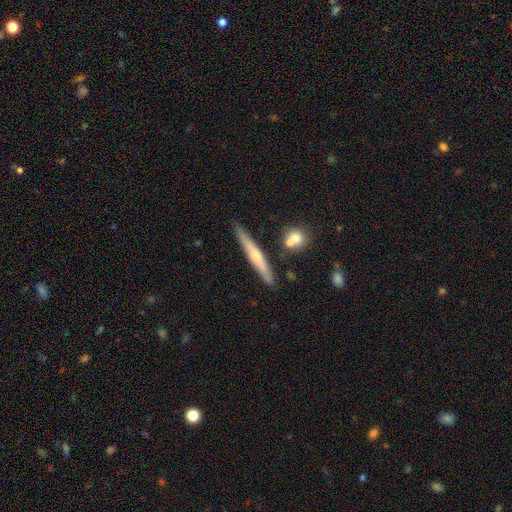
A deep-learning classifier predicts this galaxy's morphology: The model was most divided on "smooth or featured": featured or disk: 57%, smooth: 36%, star or artifact: 6%. More confident: edge-on disk — yes (95%); merging — none (85%); edge-on bulge — rounded (70%).